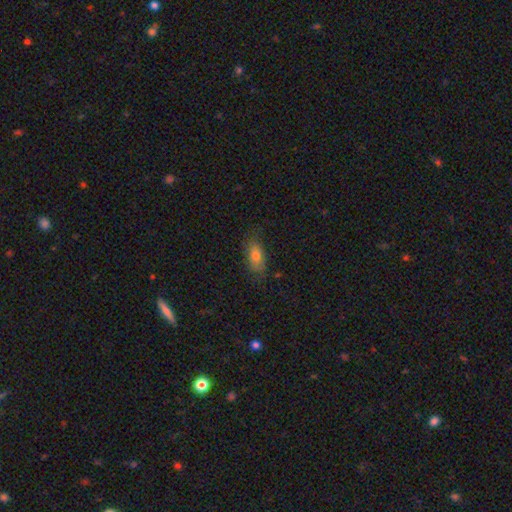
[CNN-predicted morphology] A smooth galaxy with no disk features (76%) that is in between round and cigar-shaped (86%).

Vote fractions:
- Smooth or featured? smooth: 76% / featured or disk: 15% / star or artifact: 8%
- How rounded? in between: 86% / cigar-shaped: 9% / round: 5%
- Merging? none: 72% / minor disturbance: 21% / major disturbance: 6% / merger: 1%